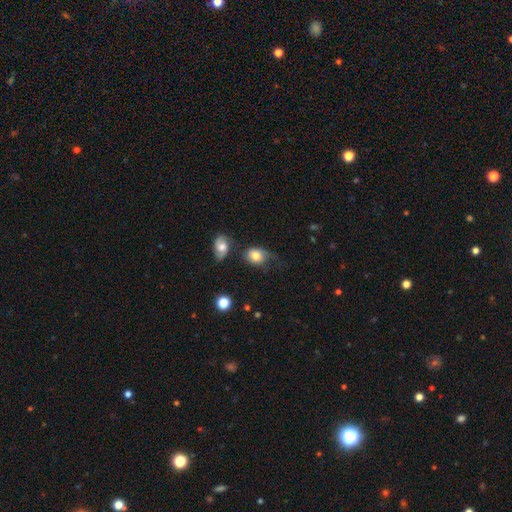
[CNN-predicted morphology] Smooth or featured?
  - smooth: 76% *
  - featured or disk: 16%
  - star or artifact: 8%
How rounded?
  - in between: 55% *
  - round: 44%
  - cigar-shaped: 1%
Merging?
  - none: 35% *
  - minor disturbance: 30%
  - major disturbance: 25%
  - merger: 10%